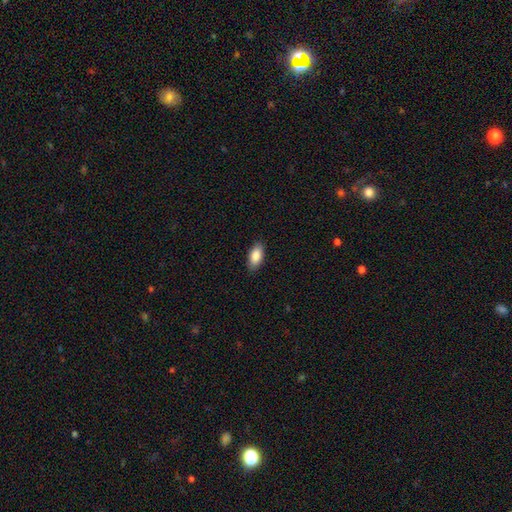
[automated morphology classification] The model was most divided on "merging": none: 88%, minor disturbance: 9%, major disturbance: 2%, merger: 1%. More confident: how rounded — in between (90%); smooth or featured — smooth (87%).